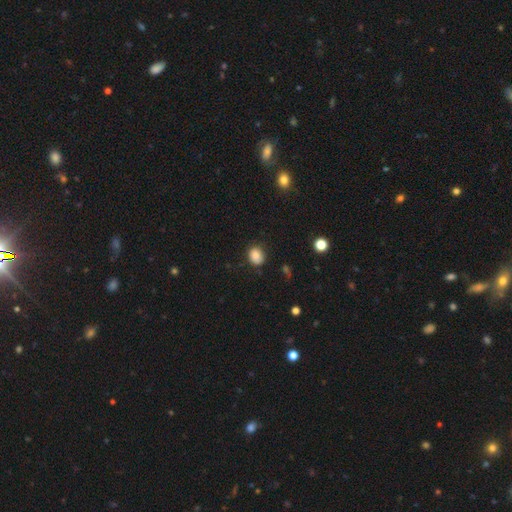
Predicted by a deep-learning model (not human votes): Smooth or featured?
  - smooth: 84% *
  - star or artifact: 10%
  - featured or disk: 6%
How rounded?
  - round: 53% *
  - in between: 46%
  - cigar-shaped: 1%
Merging?
  - none: 79% *
  - minor disturbance: 16%
  - major disturbance: 3%
  - merger: 2%